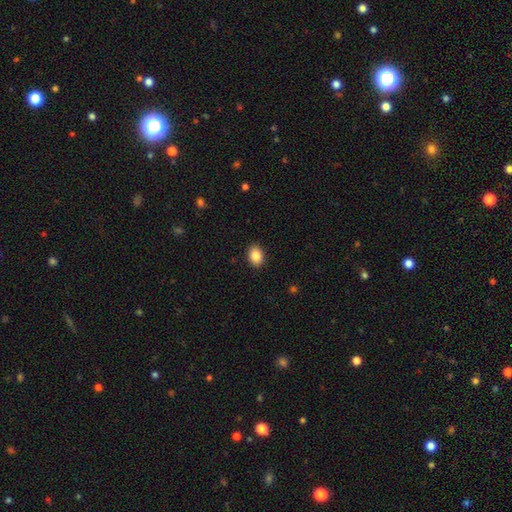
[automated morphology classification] Q: Smooth or featured?
A: smooth (87%); runner-up: star or artifact (8%)
Q: How rounded?
A: in between (73%); runner-up: round (26%)
Q: Merging?
A: none (90%); runner-up: minor disturbance (7%)